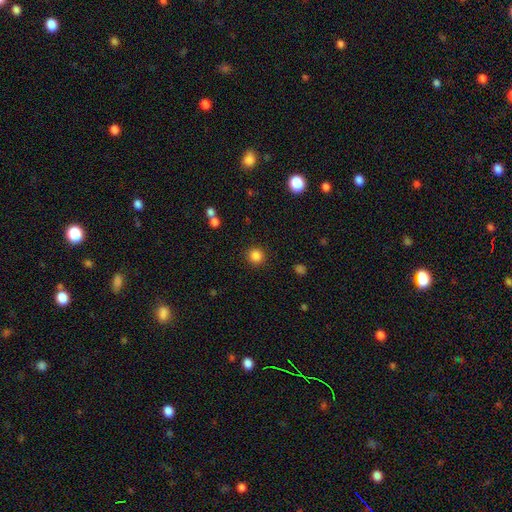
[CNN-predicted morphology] type=smooth (85%); roundness=round (93%); merging=none (90%).